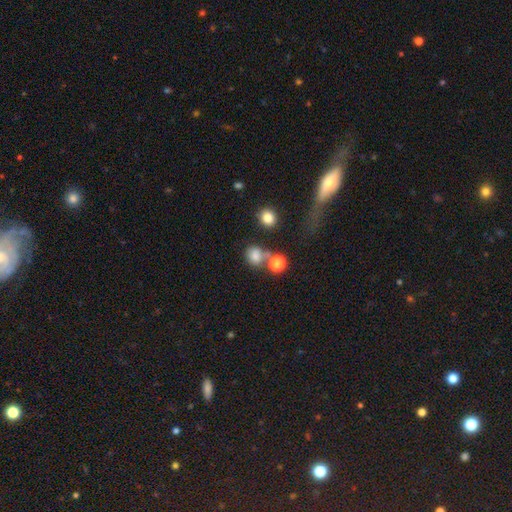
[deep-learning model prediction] smooth-or-featured: smooth: 77% | star or artifact: 15% | featured or disk: 8%
  how-rounded: round: 67% | in between: 32% | cigar-shaped: 1%
  merging: none: 48% | merger: 28% | minor disturbance: 14% | major disturbance: 9%